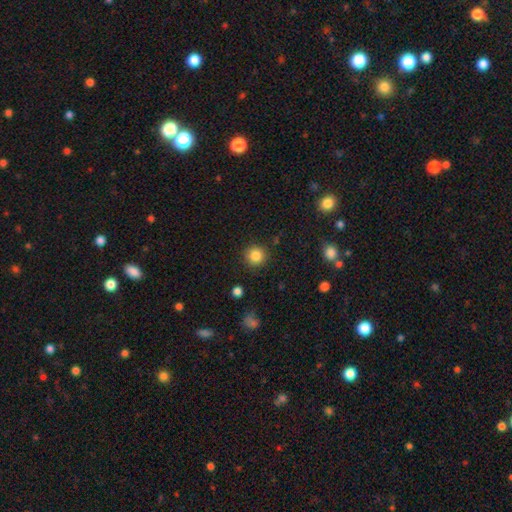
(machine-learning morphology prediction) Smooth or featured? smooth (85%)
How rounded? round (94%)
Merging? none (90%)